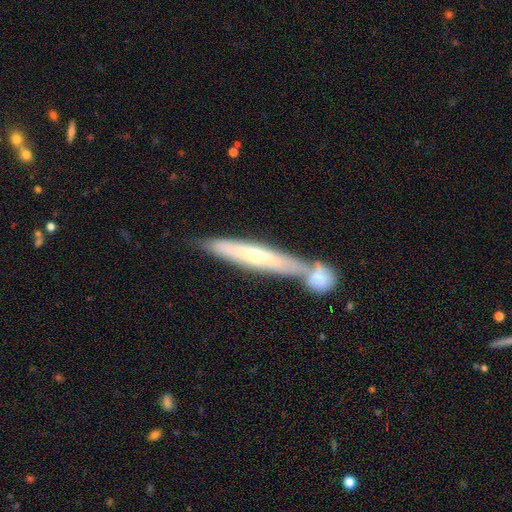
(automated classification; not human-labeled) Overall: featured or disk (54%; smooth 40%). Edge-on disk: yes (75%). Merging: none (49%; merger 37%).